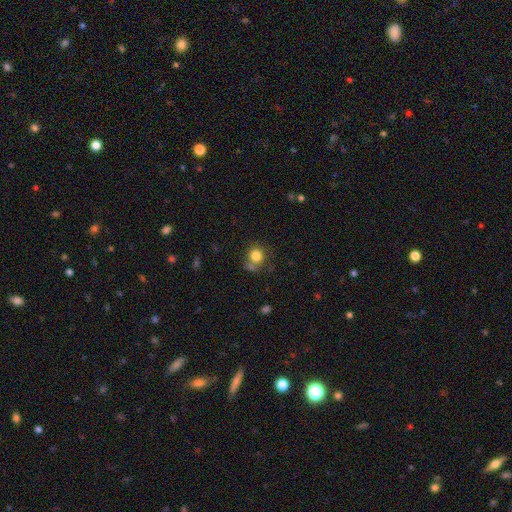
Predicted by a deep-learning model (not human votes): smooth-or-featured: smooth: 80% | star or artifact: 11% | featured or disk: 8%
  how-rounded: round: 85% | in between: 14% | cigar-shaped: 1%
  merging: none: 60% | merger: 18% | minor disturbance: 15% | major disturbance: 6%